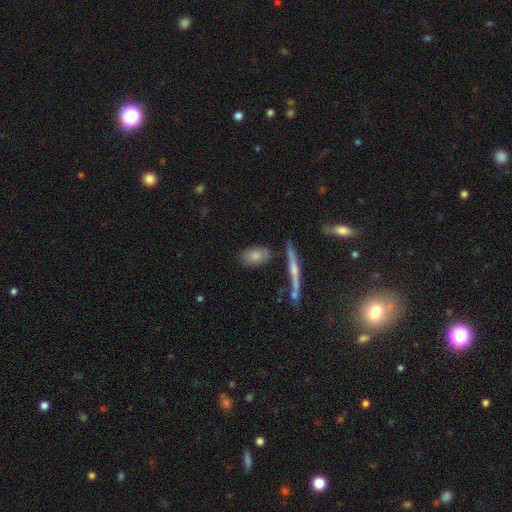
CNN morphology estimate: Smooth or featured? Predicted: smooth (p=0.77). How rounded? Predicted: in between (p=0.87). Merging? Predicted: none (p=0.75).